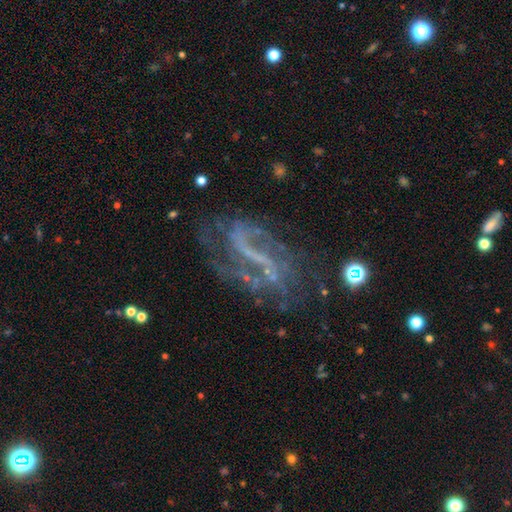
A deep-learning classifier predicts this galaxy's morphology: This appears to be a featured or disk galaxy (79%) with a strong bar (53%), 2 (66%) loose (47%) spiral arms (81%) and no central bulge (66%). Merging: none (57%).